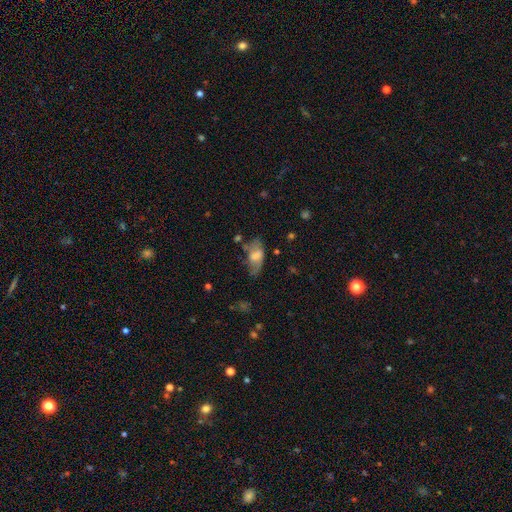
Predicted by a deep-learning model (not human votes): This appears to be a smooth galaxy with no disk features (57%) that is in between round and cigar-shaped (88%). Merging: none (45%).